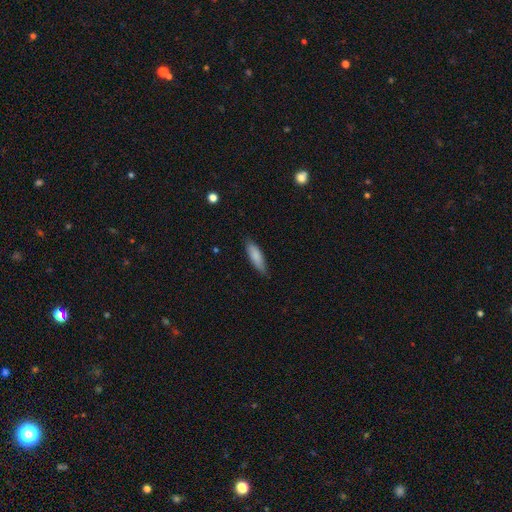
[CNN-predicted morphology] Smooth or featured?
  - smooth: 85% *
  - featured or disk: 9%
  - star or artifact: 6%
How rounded?
  - cigar-shaped: 51% *
  - in between: 48%
  - round: 1%
Merging?
  - none: 79% *
  - minor disturbance: 17%
  - major disturbance: 3%
  - merger: 1%